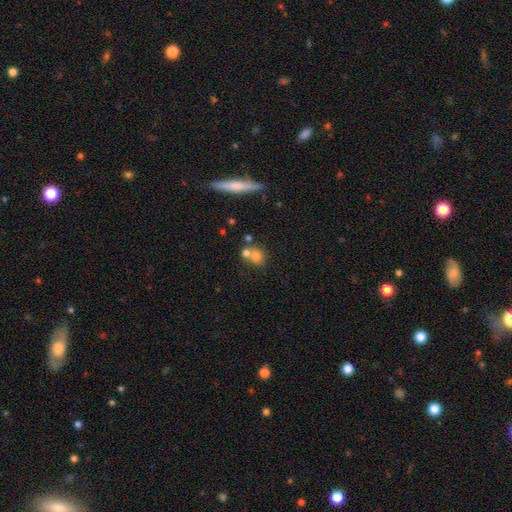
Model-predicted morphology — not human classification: This appears to be a smooth galaxy with no disk features (70%) that is round (70%). Merging: merger (43%, tied with none).